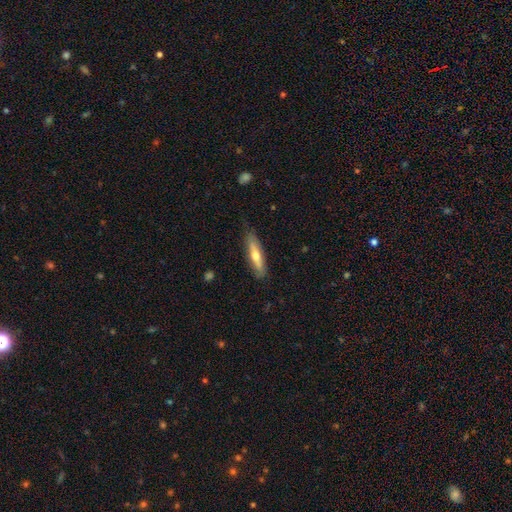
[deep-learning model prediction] A smooth galaxy with no disk features (54%) that is cigar-shaped (73%).

Vote fractions:
- Smooth or featured? smooth: 54% / featured or disk: 41% / star or artifact: 6%
- How rounded? cigar-shaped: 73% / in between: 25% / round: 2%
- Merging? none: 82% / minor disturbance: 14% / major disturbance: 3% / merger: 1%